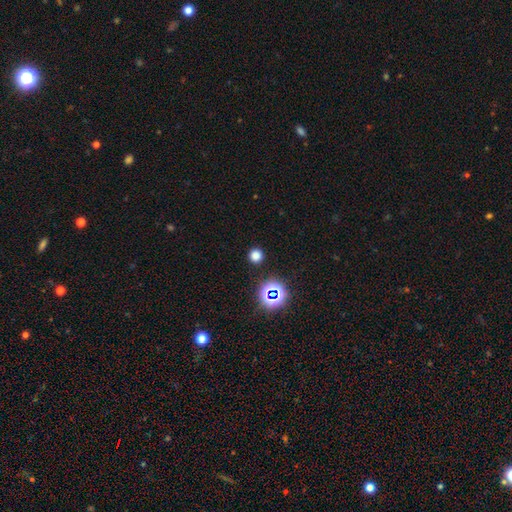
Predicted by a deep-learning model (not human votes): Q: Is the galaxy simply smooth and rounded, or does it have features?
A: smooth — 73%.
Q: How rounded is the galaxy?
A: round — 94%.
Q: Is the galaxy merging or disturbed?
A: none — 91%.